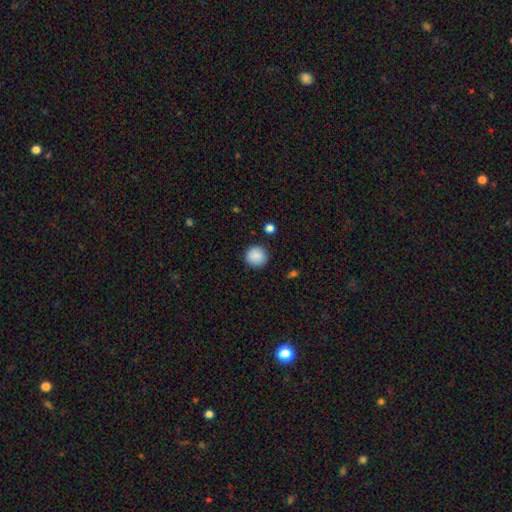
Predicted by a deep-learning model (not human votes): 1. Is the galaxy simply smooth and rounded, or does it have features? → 89% smooth, 8% star or artifact, 3% featured or disk.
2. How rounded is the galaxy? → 95% round, 4% in between, 1% cigar-shaped.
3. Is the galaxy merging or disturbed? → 91% none, 6% minor disturbance, 2% major disturbance, 1% merger.